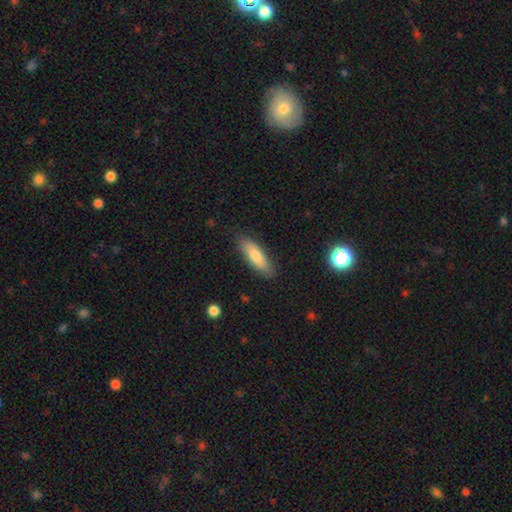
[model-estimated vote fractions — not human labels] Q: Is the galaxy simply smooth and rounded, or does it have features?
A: smooth — 74%.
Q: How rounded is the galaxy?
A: cigar-shaped — 53%.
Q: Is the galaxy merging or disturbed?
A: none — 85%.